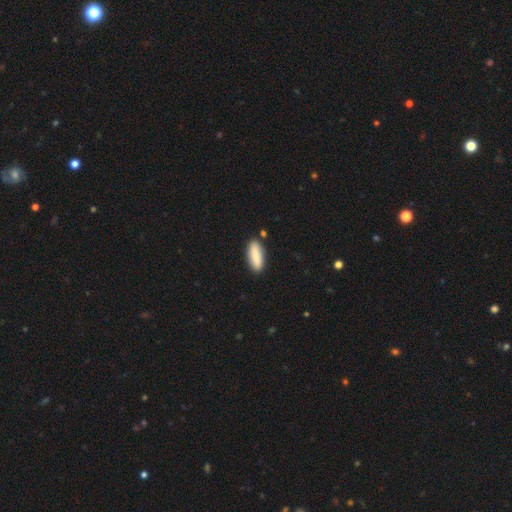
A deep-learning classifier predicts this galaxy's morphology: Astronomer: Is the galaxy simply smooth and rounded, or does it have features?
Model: smooth — 87%.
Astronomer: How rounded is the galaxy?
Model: in between — 62%.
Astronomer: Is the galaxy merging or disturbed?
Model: none — 86%.